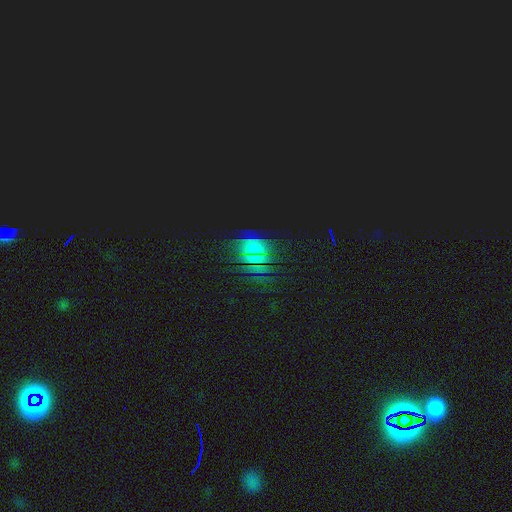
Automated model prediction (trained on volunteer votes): smooth_or_featured: star or artifact (p=0.74) [alt: smooth p=0.15]